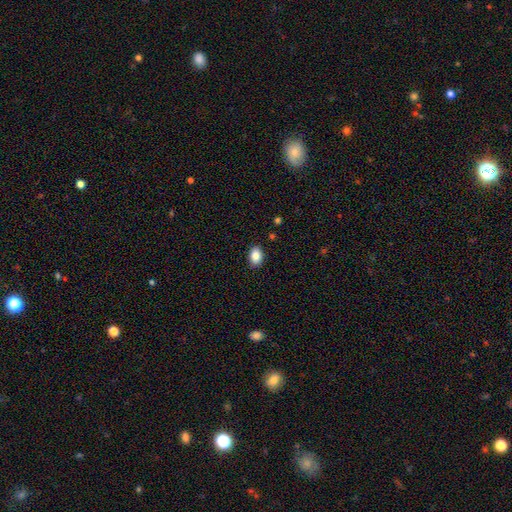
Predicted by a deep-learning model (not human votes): Smooth or featured? Predicted: smooth (p=0.85). How rounded? Predicted: in between (p=0.81). Merging? Predicted: none (p=0.88).